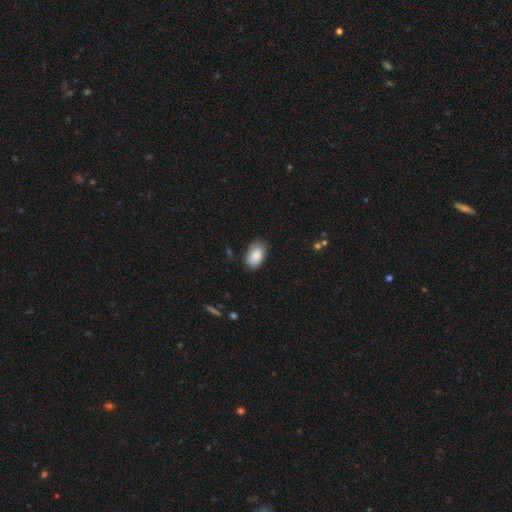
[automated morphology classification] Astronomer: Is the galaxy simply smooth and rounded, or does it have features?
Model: smooth — 85%.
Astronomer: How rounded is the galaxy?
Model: in between — 92%.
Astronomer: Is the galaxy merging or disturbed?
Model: none — 71%.